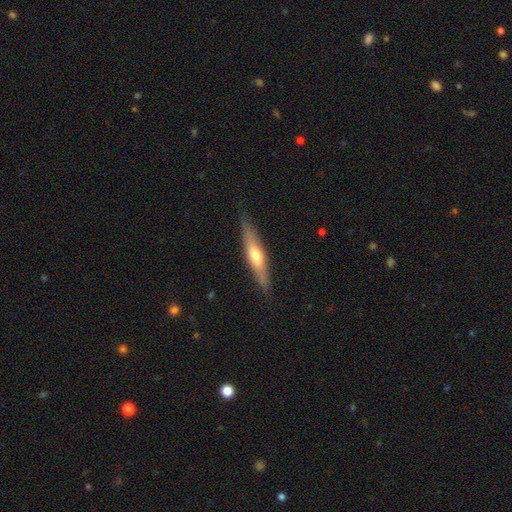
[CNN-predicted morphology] Smooth or featured: featured or disk — 49% (smooth — 46%)
Merging: none — 85% (minor disturbance — 11%)